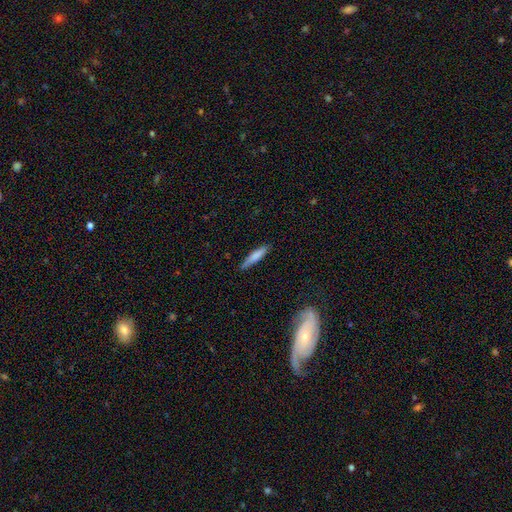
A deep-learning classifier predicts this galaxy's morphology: Smooth or featured? smooth (76%)
How rounded? cigar-shaped (83%)
Merging? none (81%)